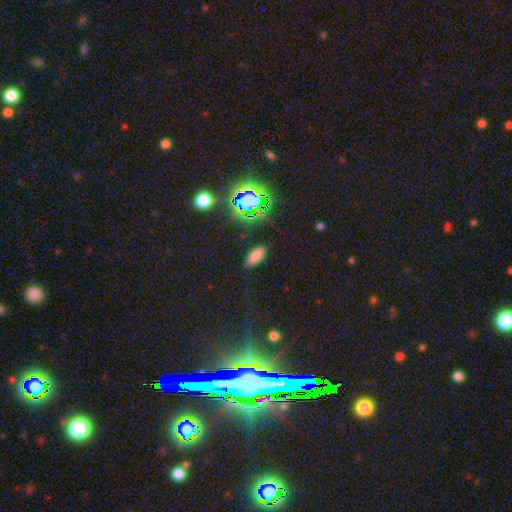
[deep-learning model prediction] The model was most divided on "smooth or featured": smooth: 72%, star or artifact: 21%, featured or disk: 7%. More confident: merging — none (88%); how rounded — in between (85%).